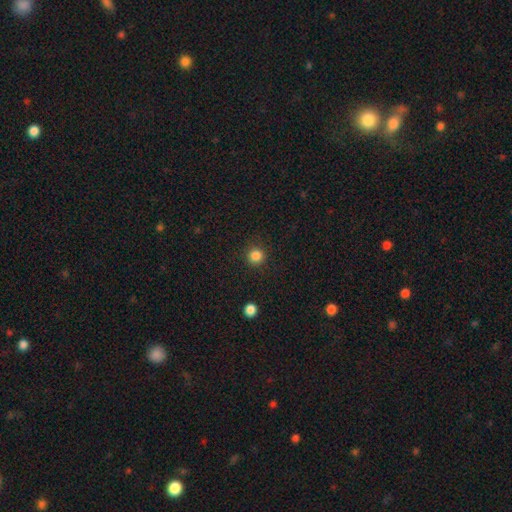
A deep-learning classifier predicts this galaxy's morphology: Smooth or featured?
  - smooth: 85% *
  - star or artifact: 12%
  - featured or disk: 3%
How rounded?
  - round: 95% *
  - in between: 5%
  - cigar-shaped: 1%
Merging?
  - none: 90% *
  - minor disturbance: 6%
  - major disturbance: 2%
  - merger: 1%